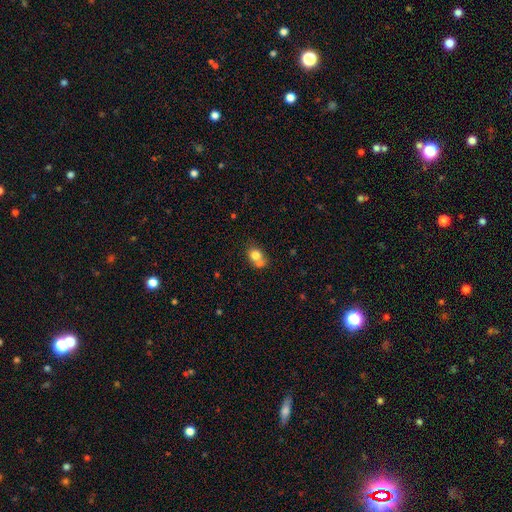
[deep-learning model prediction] Q: Smooth or featured?
A: smooth (76%); runner-up: featured or disk (13%)
Q: How rounded?
A: round (62%); runner-up: in between (37%)
Q: Merging?
A: merger (45%); runner-up: none (40%)